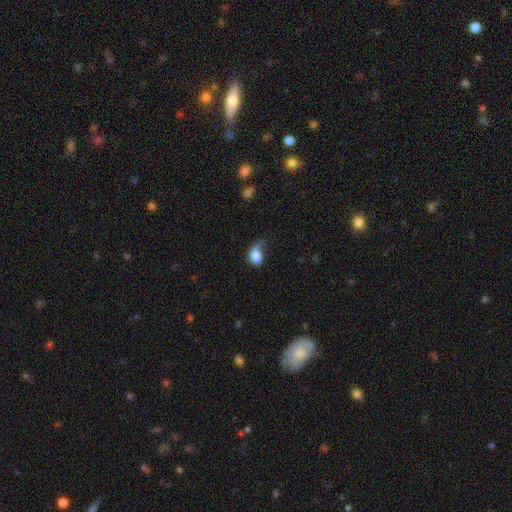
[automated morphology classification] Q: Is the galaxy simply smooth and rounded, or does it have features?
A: smooth — 78%.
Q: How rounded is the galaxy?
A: in between — 80%.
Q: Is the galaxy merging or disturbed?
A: major disturbance — 36%.